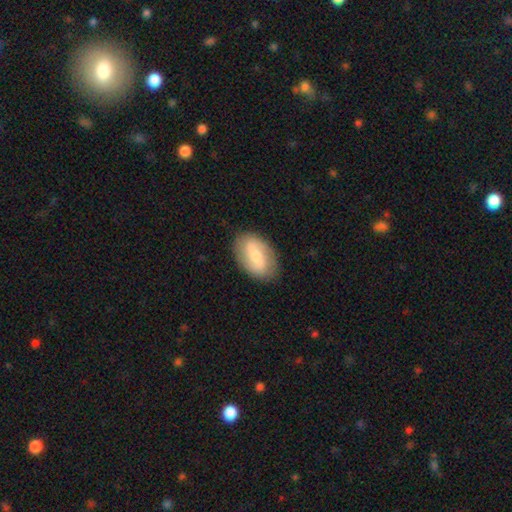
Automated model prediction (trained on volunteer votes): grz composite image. It shows a featured or disk galaxy (54%) with a weak bar (47%), spiral arms (82%) and a moderate central bulge (48%). Merging: none (85%).